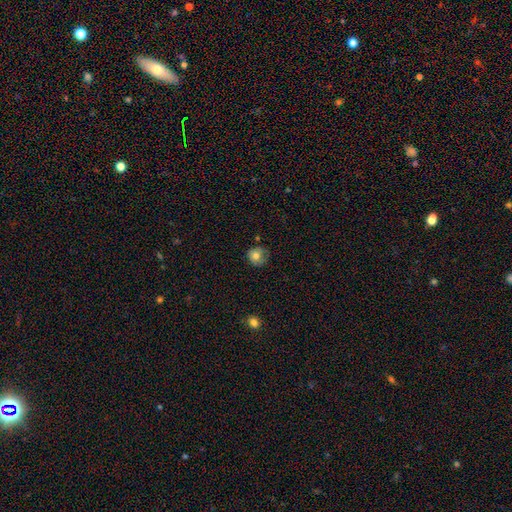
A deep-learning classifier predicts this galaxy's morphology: The model was most divided on "merging": none: 65%, minor disturbance: 25%, major disturbance: 8%, merger: 3%. More confident: how rounded — round (86%); smooth or featured — smooth (74%).